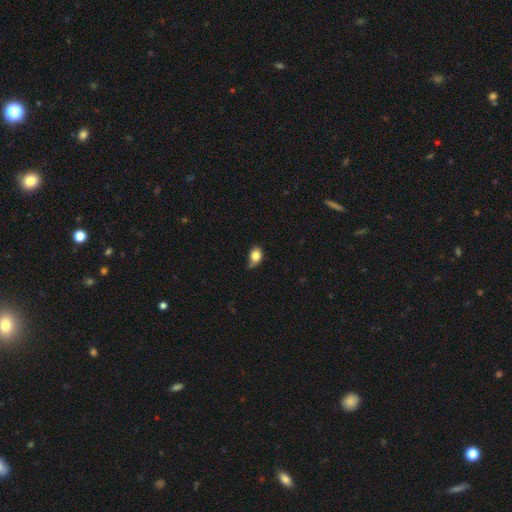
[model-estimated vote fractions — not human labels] This appears to be a smooth galaxy with no disk features (81%) that is in between round and cigar-shaped (64%). Merging: minor disturbance (43%).